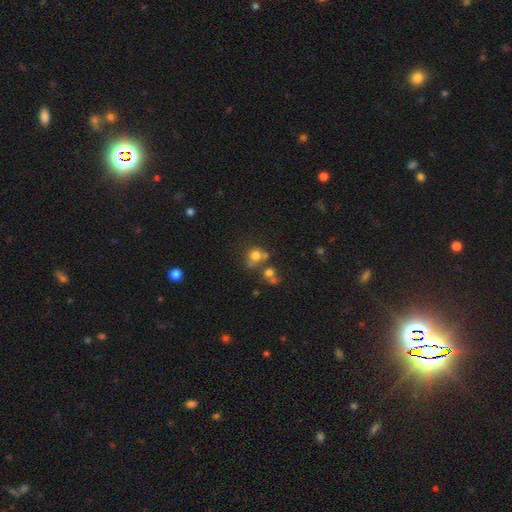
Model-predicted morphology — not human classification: Smooth or featured: smooth — 72% (star or artifact — 15%)
How rounded: round — 77% (in between — 21%)
Merging: none — 46% (merger — 34%)